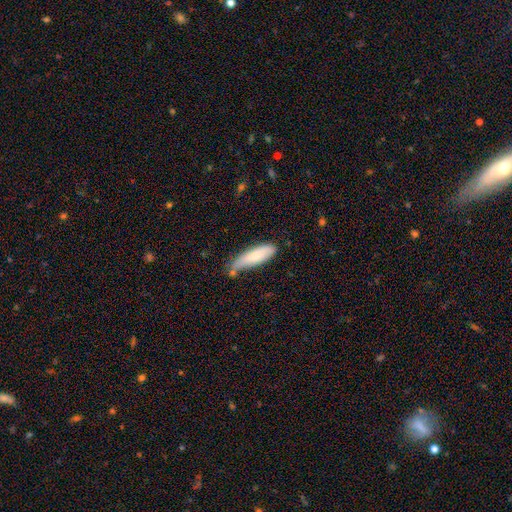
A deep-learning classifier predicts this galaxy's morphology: type=smooth (81%); roundness=cigar-shaped (61%); merging=none (54%).